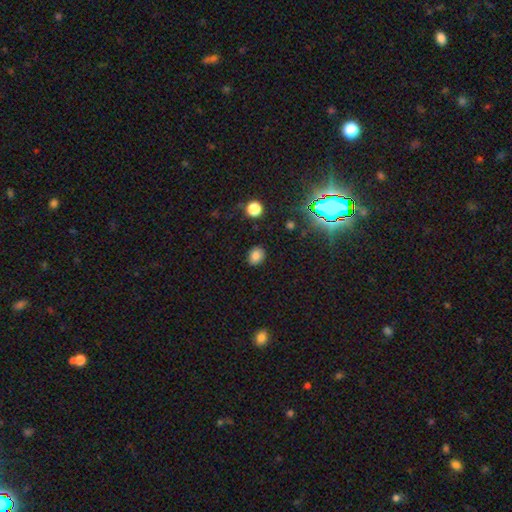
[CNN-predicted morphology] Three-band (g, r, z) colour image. It shows a smooth galaxy with no disk features (80%) that is in between round and cigar-shaped (55%). Merging: none (86%).